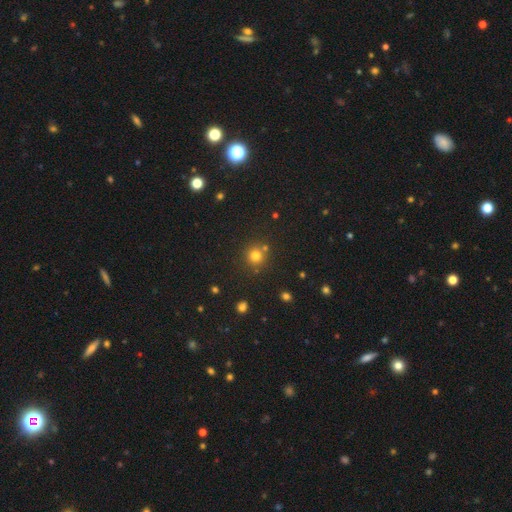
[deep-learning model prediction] Smooth or featured: smooth — 77% (star or artifact — 17%)
How rounded: round — 93% (in between — 6%)
Merging: none — 77% (merger — 12%)